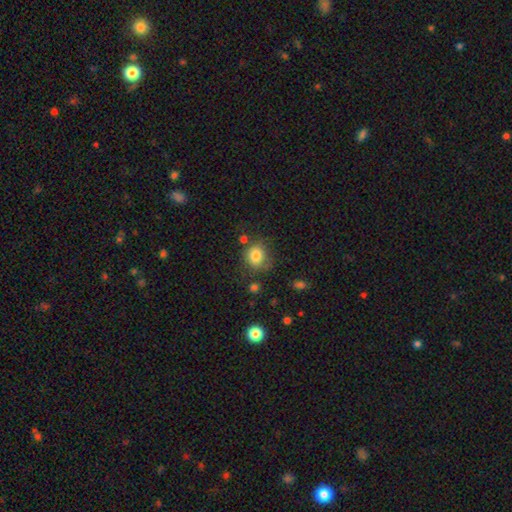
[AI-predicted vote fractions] Morphology: type=smooth (82%); roundness=round (76%); merging=none (67%).